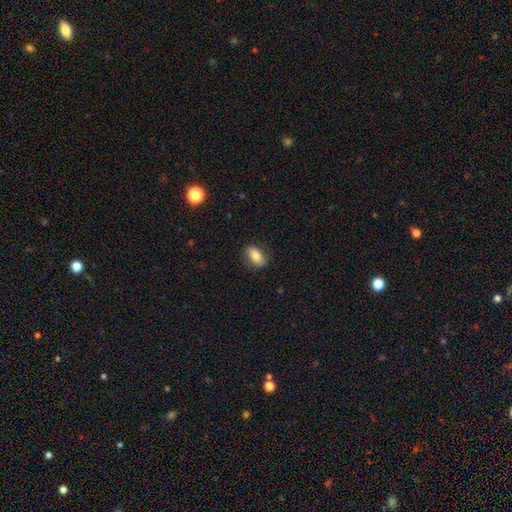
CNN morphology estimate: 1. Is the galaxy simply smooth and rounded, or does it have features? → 73% smooth, 20% featured or disk, 7% star or artifact.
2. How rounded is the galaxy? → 86% in between, 8% round, 6% cigar-shaped.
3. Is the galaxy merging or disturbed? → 81% none, 14% minor disturbance, 3% major disturbance, 1% merger.